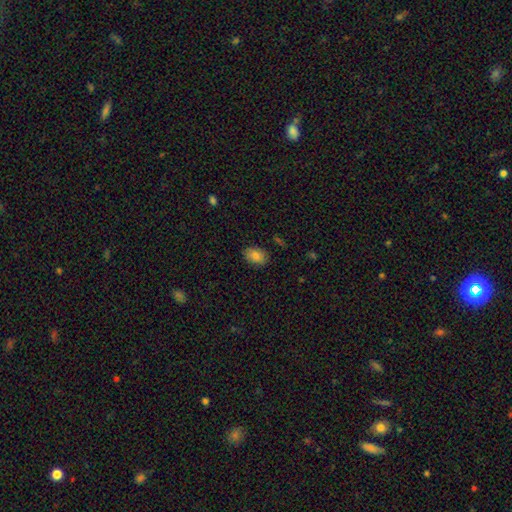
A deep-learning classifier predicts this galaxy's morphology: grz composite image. It shows a smooth galaxy with no disk features (83%) that is in between round and cigar-shaped (84%). Merging: none (85%).